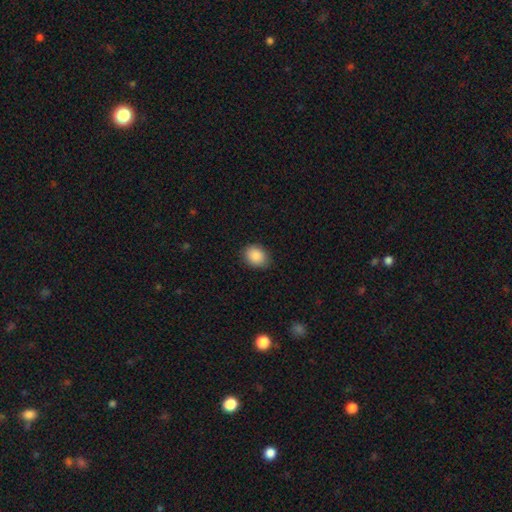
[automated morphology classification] Smooth or featured?
  - smooth: 88% *
  - star or artifact: 8%
  - featured or disk: 4%
How rounded?
  - in between: 55% *
  - round: 44%
  - cigar-shaped: 1%
Merging?
  - none: 84% *
  - minor disturbance: 12%
  - major disturbance: 2%
  - merger: 1%